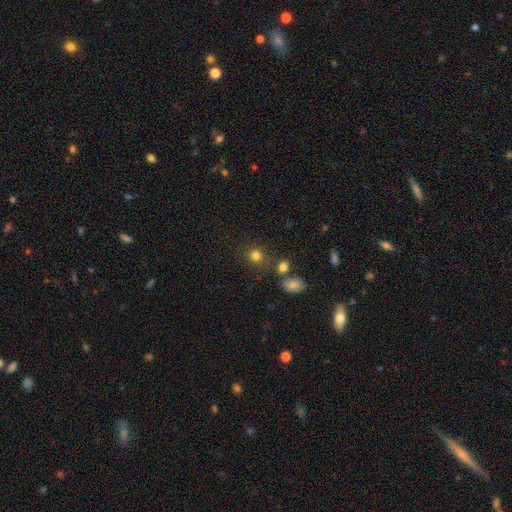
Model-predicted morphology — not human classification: Q: Smooth or featured?
A: smooth (80%); runner-up: star or artifact (14%)
Q: How rounded?
A: round (81%); runner-up: in between (18%)
Q: Merging?
A: none (73%); runner-up: minor disturbance (11%)